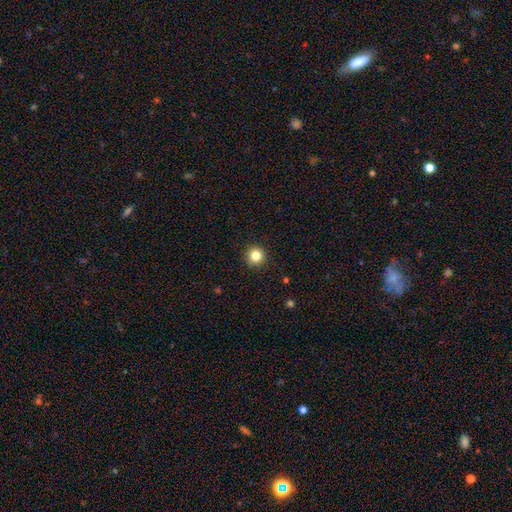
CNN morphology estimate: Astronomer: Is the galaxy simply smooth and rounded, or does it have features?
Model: smooth — 83%.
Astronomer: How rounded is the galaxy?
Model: round — 95%.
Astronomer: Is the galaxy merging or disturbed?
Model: none — 93%.